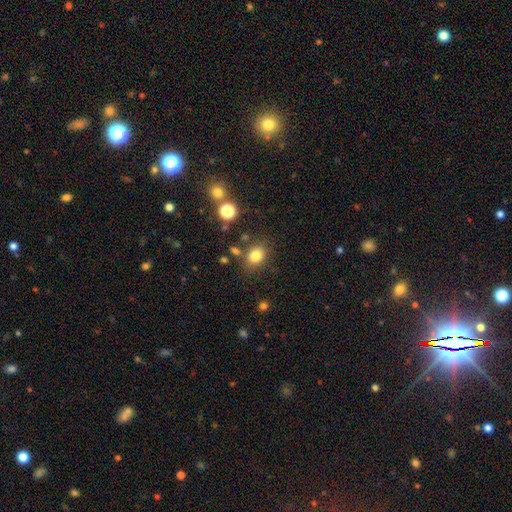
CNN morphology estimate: type=smooth (81%); roundness=round (51%); merging=none (77%).